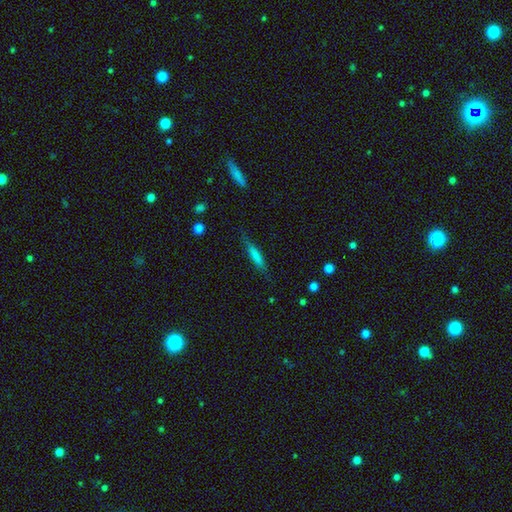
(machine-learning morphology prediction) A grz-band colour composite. It shows a smooth galaxy with no disk features (68%) that is cigar-shaped (87%). Merging: none (78%).